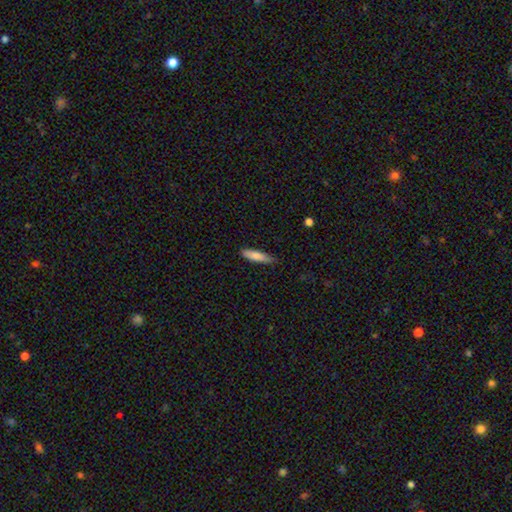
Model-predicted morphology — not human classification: This appears to be a smooth galaxy with no disk features (82%) that is cigar-shaped (71%). Merging: none (80%).